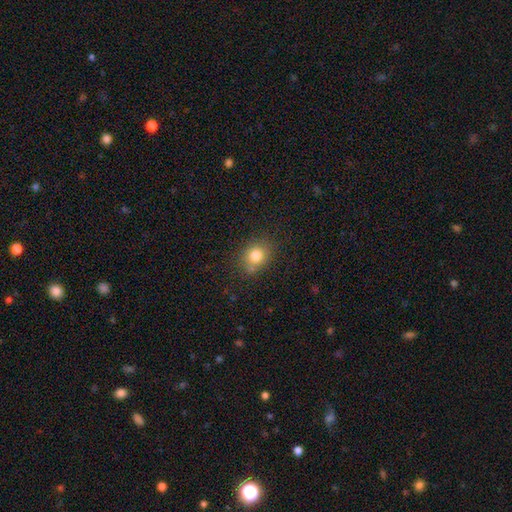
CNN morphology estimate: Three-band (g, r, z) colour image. It shows a smooth galaxy with no disk features (80%) that is round (65%). Merging: none (74%).